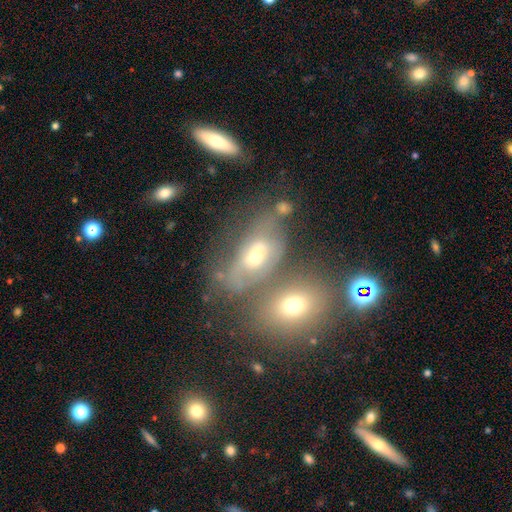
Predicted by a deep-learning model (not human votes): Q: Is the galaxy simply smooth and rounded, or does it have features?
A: smooth — 48%.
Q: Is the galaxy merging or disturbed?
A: merger — 46%.